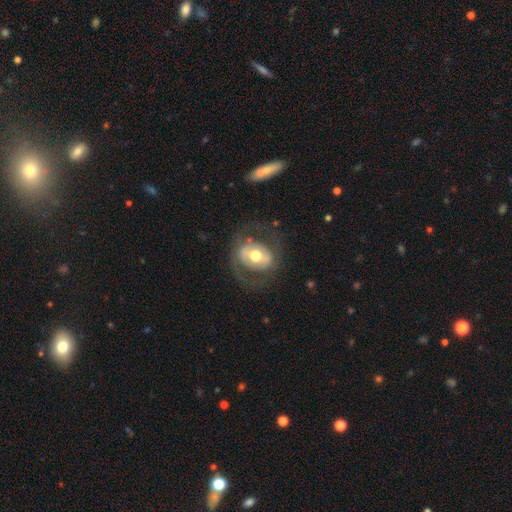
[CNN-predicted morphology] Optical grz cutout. It shows a featured or disk galaxy (58%) with no bar (54%), no spiral arms (65%) and a moderate central bulge (68%). Merging: none (67%).